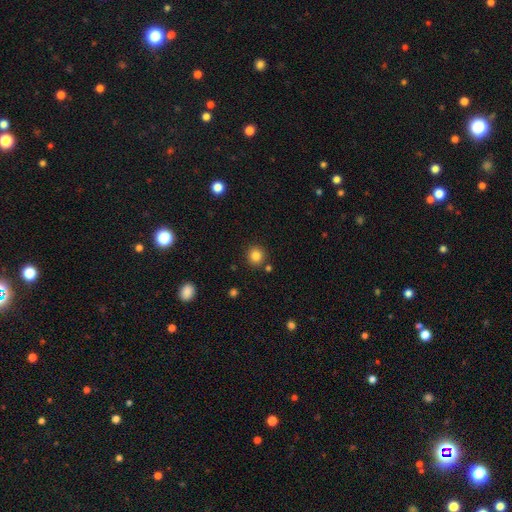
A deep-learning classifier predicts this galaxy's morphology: smooth-or-featured: smooth: 84% | star or artifact: 12% | featured or disk: 4%
  how-rounded: round: 93% | in between: 6% | cigar-shaped: 1%
  merging: none: 87% | minor disturbance: 7% | merger: 4% | major disturbance: 2%